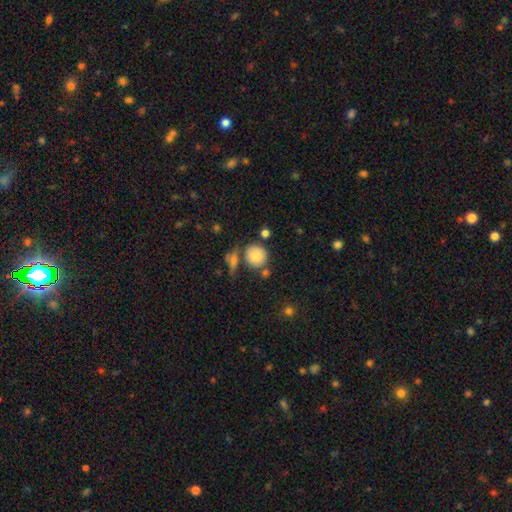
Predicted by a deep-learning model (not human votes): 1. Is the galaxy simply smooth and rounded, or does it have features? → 81% smooth, 9% star or artifact, 9% featured or disk.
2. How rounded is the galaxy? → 86% round, 13% in between, 1% cigar-shaped.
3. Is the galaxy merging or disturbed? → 69% none, 14% merger, 13% minor disturbance, 4% major disturbance.